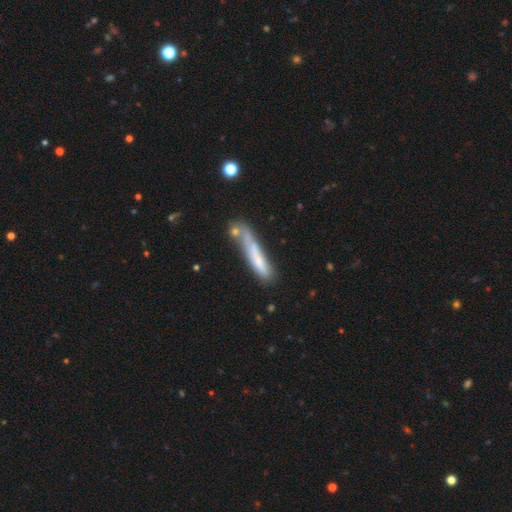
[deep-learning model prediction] This appears to be a smooth galaxy with no disk features (62%) that is cigar-shaped (90%). Merging: none (52%).